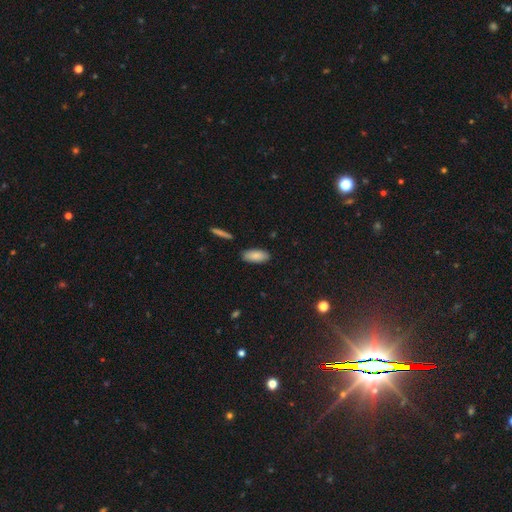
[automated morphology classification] The model was most divided on "how rounded": in between: 86%, cigar-shaped: 12%, round: 2%. More confident: smooth or featured — smooth (87%); merging — none (86%).